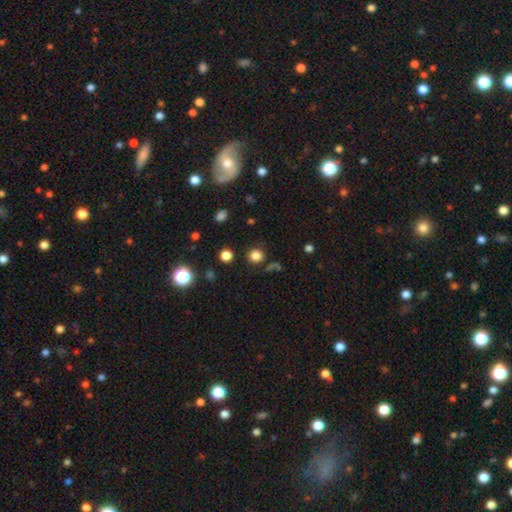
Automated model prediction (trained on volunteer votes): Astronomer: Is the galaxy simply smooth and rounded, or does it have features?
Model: smooth — 81%.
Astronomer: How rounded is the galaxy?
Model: round — 91%.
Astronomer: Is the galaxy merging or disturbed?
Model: none — 84%.